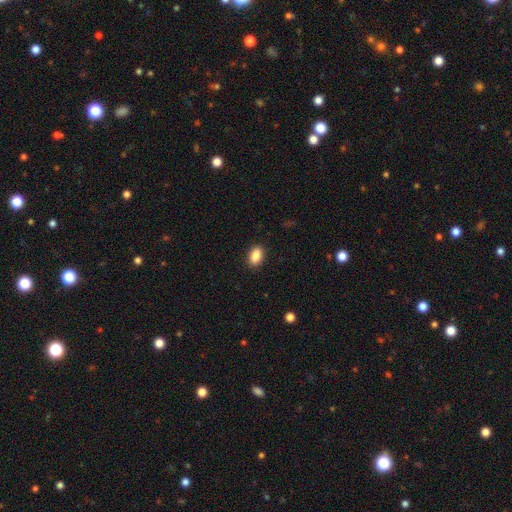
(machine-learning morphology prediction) smooth 87%, star or artifact 8%, featured or disk 5%. Down the decision tree: how rounded — in between (89%); merging — none (90%).